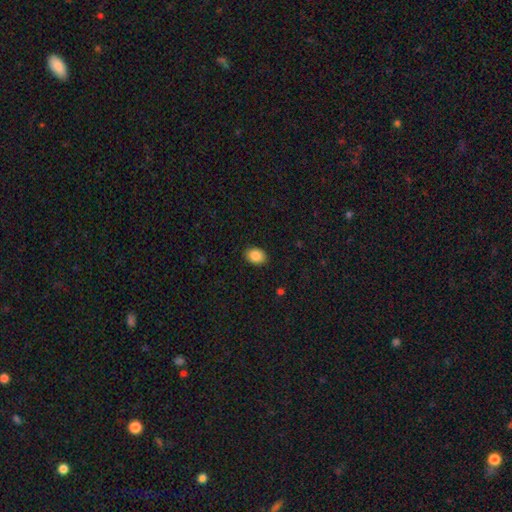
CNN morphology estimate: type=smooth (87%); roundness=in between (65%); merging=none (89%).